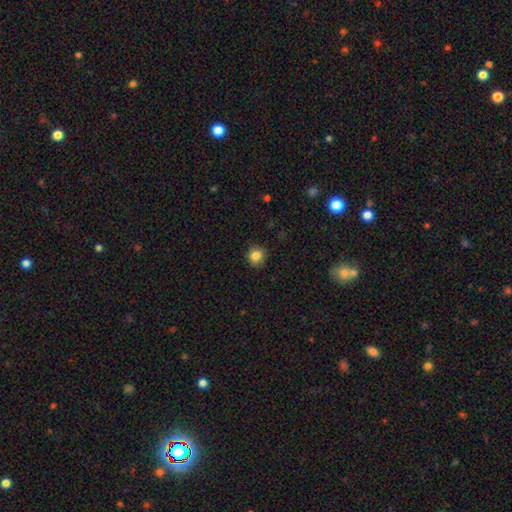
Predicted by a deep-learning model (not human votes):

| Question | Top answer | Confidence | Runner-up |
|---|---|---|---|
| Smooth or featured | smooth | 84% | star or artifact (10%) |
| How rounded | round | 90% | in between (9%) |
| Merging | none | 88% | minor disturbance (9%) |